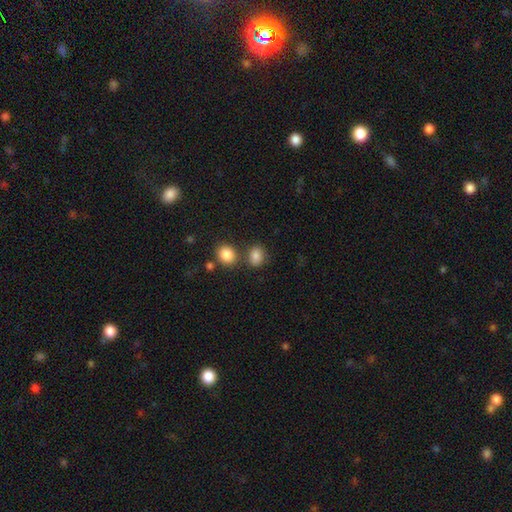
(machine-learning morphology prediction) A smooth galaxy with no disk features (84%) that is round (51%).

Vote fractions:
- Smooth or featured? smooth: 84% / star or artifact: 11% / featured or disk: 5%
- How rounded? round: 51% / in between: 48% / cigar-shaped: 1%
- Merging? none: 65% / merger: 20% / minor disturbance: 11% / major disturbance: 4%